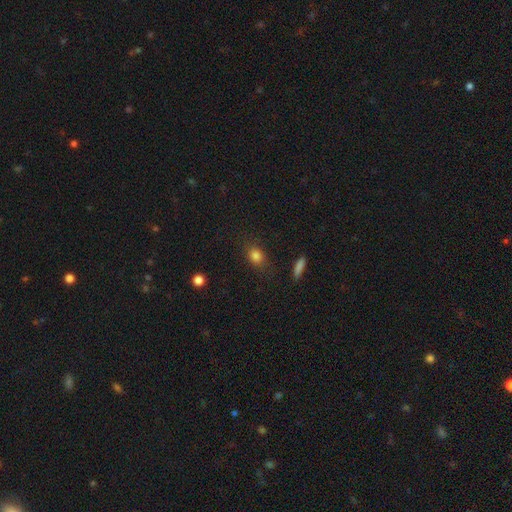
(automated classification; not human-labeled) Smooth or featured: smooth — 83% (star or artifact — 11%)
How rounded: in between — 60% (round — 37%)
Merging: none — 80% (minor disturbance — 13%)